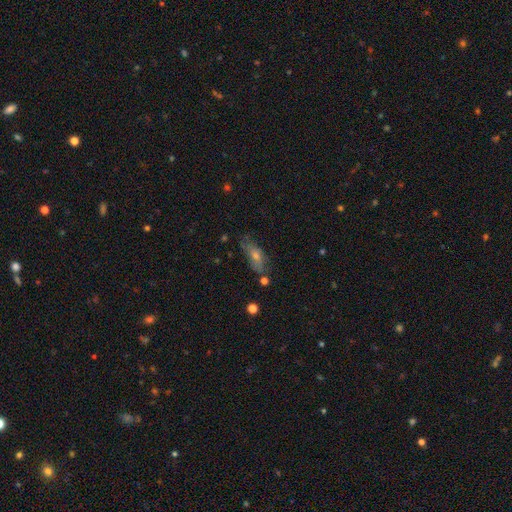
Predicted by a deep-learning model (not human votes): A smooth galaxy with no disk features (45%).

Vote fractions:
- Smooth or featured? smooth: 45% / featured or disk: 41% / star or artifact: 15%
- Merging? none: 62% / minor disturbance: 25% / major disturbance: 9% / merger: 4%